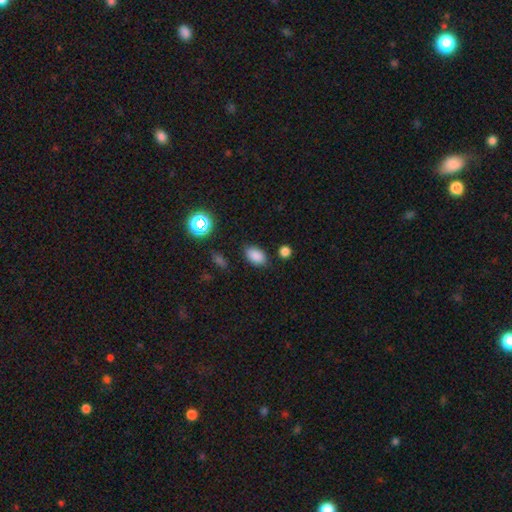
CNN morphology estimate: Smooth or featured? smooth (84%)
How rounded? in between (88%)
Merging? none (83%)